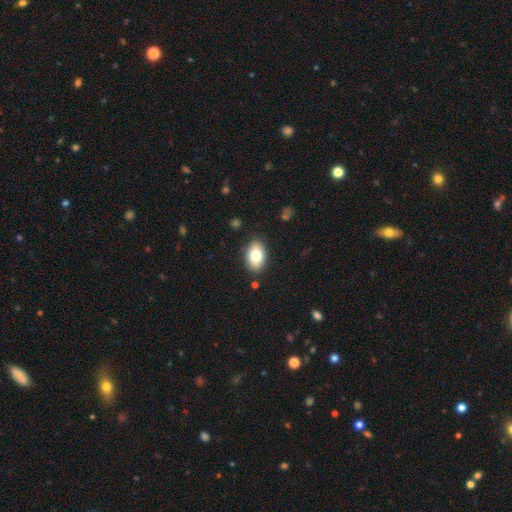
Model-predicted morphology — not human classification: This appears to be a smooth galaxy with no disk features (79%) that is in between round and cigar-shaped (90%). Merging: none (87%).